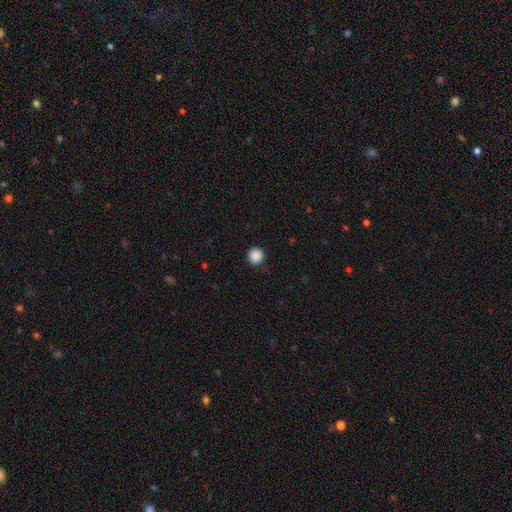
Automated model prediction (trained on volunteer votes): smooth_or_featured: smooth (p=0.88) [alt: star or artifact p=0.09]
how_rounded: round (p=0.95) [alt: in between p=0.04]
merging: none (p=0.91) [alt: minor disturbance p=0.06]